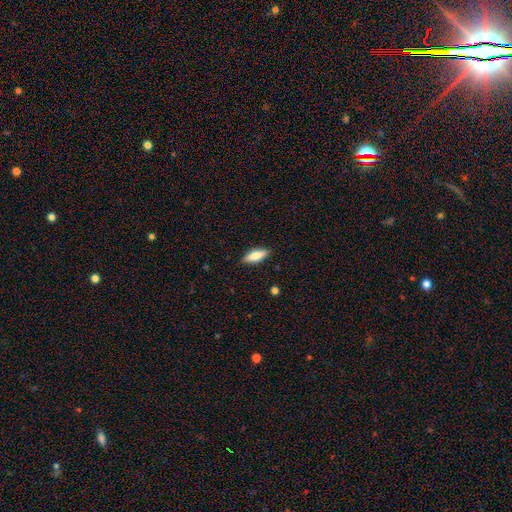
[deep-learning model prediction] smooth_or_featured: smooth (p=0.76) [alt: featured or disk p=0.18]
how_rounded: in between (p=0.63) [alt: cigar-shaped p=0.35]
merging: none (p=0.88) [alt: minor disturbance p=0.09]